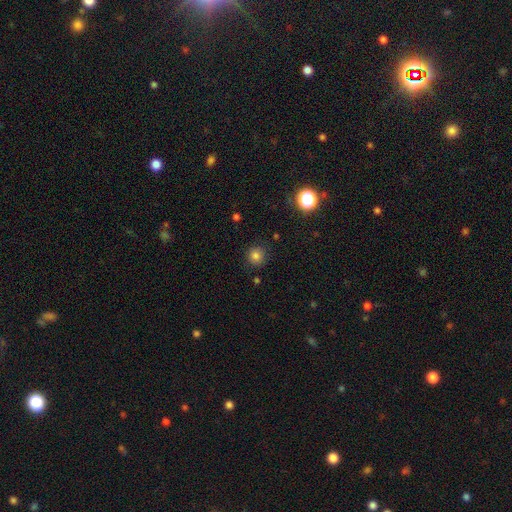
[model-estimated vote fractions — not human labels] Smooth or featured? smooth (80%)
How rounded? round (91%)
Merging? none (87%)